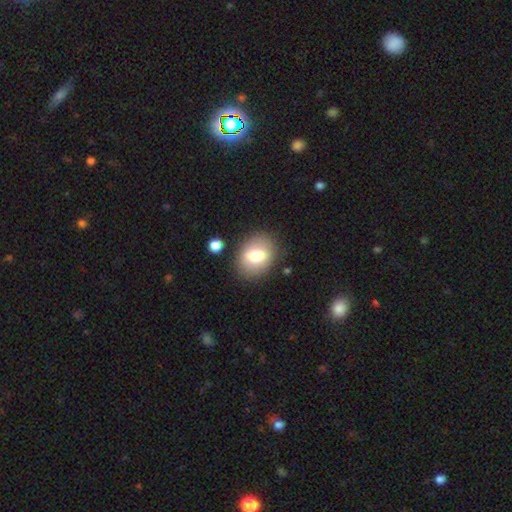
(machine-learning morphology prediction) This appears to be a smooth galaxy with no disk features (73%) that is in between round and cigar-shaped (59%). Merging: none (82%).